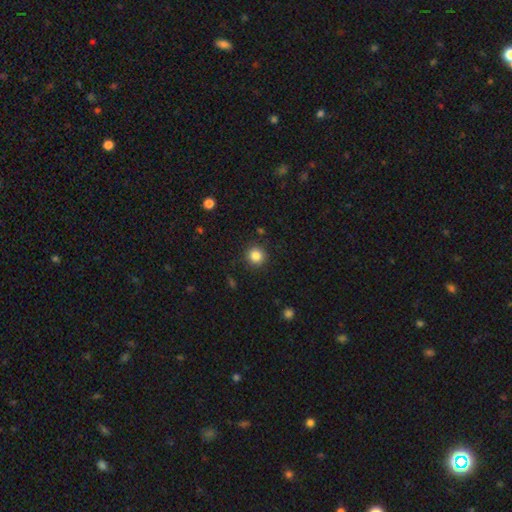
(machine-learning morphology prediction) Smooth or featured? smooth (85%)
How rounded? round (93%)
Merging? none (90%)